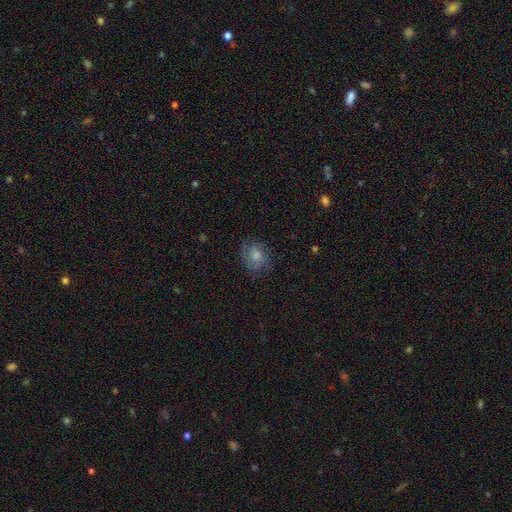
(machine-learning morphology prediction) smooth-or-featured: smooth: 70% | featured or disk: 20% | star or artifact: 10%
  how-rounded: round: 53% | in between: 46% | cigar-shaped: 1%
  merging: none: 71% | minor disturbance: 19% | major disturbance: 8% | merger: 1%